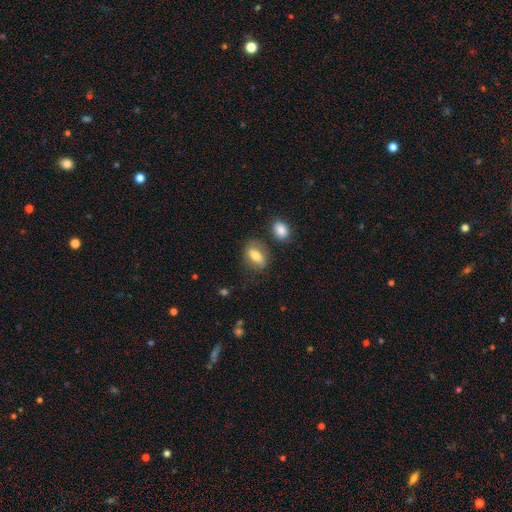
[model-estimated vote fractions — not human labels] Overall: smooth (67%). How rounded: in between (80%). Merging: none (70%).